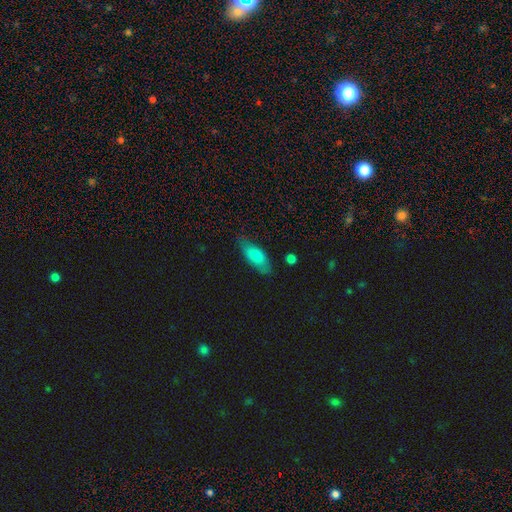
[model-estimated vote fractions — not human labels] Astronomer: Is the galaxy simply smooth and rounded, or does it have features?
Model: smooth — 80%.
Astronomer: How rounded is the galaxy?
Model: in between — 75%.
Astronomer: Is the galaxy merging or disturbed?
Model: none — 70%.